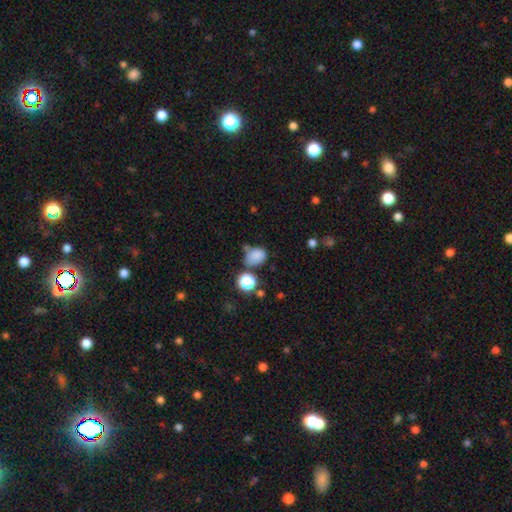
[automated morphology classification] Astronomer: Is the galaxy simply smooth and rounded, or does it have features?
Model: smooth — 79%.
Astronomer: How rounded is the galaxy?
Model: in between — 61% (runner-up: round, 38%).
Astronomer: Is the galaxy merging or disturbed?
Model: none — 54%.